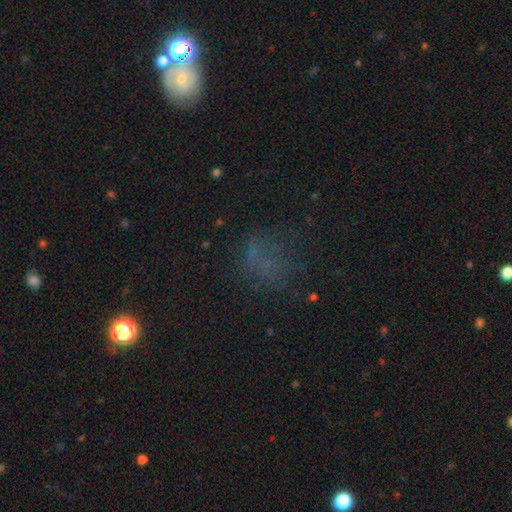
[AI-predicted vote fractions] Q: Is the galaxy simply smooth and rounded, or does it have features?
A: smooth — 40%.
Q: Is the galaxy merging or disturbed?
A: none — 53%.